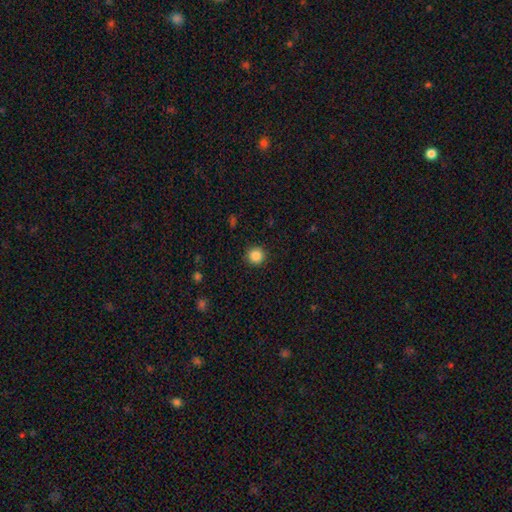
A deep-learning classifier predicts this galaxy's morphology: A smooth galaxy with no disk features (87%) that is round (95%).

Vote fractions:
- Smooth or featured? smooth: 87% / star or artifact: 10% / featured or disk: 3%
- How rounded? round: 95% / in between: 4% / cigar-shaped: 1%
- Merging? none: 91% / minor disturbance: 6% / major disturbance: 2% / merger: 1%